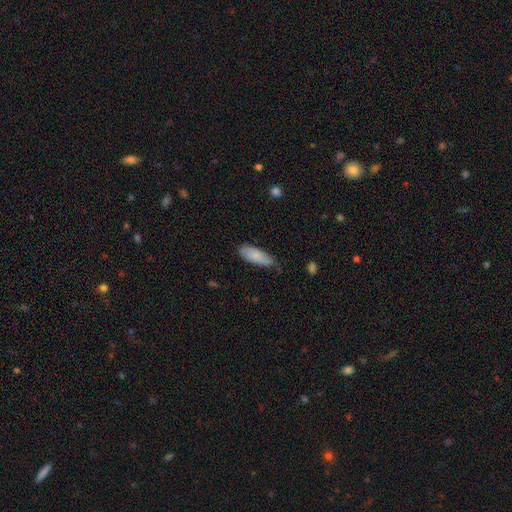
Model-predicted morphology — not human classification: The model was most divided on "merging": none: 70%, minor disturbance: 25%, major disturbance: 4%, merger: 2%. More confident: smooth or featured — smooth (82%); how rounded — in between (73%).